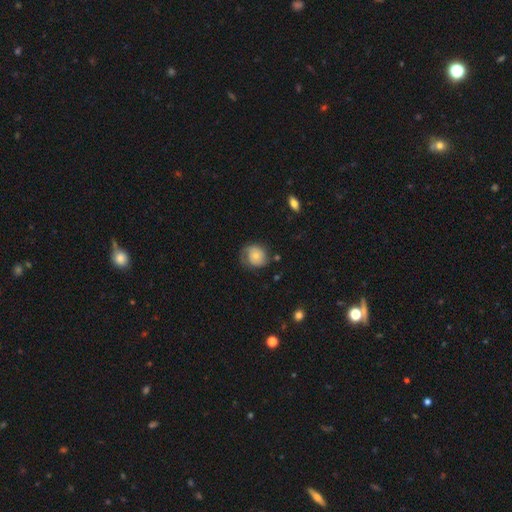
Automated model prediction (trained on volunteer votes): Smooth or featured? featured or disk (48%)
Merging? none (54%)